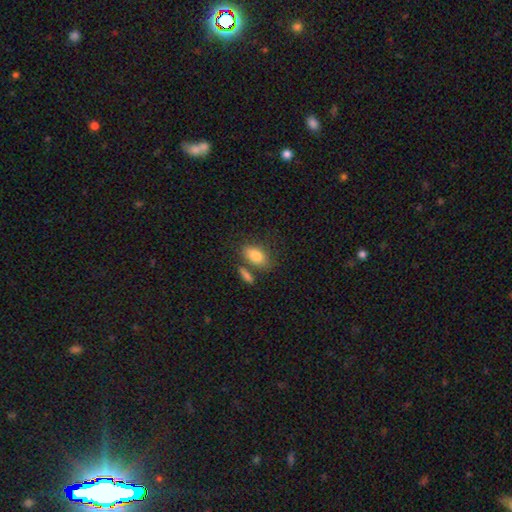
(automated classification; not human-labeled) Morphology: type=smooth (82%); roundness=in between (88%); merging=none (60%).